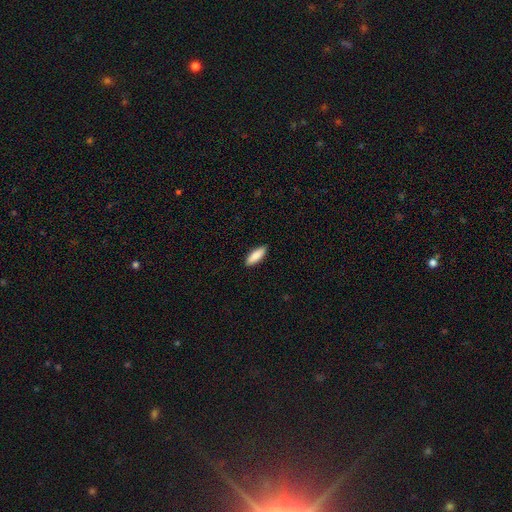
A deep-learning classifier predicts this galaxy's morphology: Overall: smooth (85%). How rounded: in between (57%; cigar-shaped 42%). Merging: none (90%).